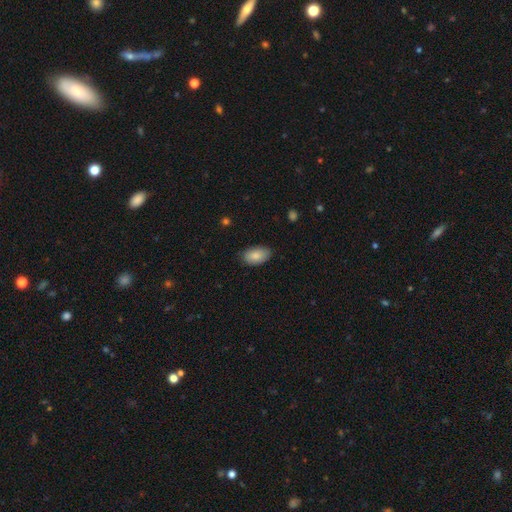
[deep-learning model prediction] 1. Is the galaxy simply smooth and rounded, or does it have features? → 85% smooth, 8% featured or disk, 7% star or artifact.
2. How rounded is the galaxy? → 94% in between, 4% round, 2% cigar-shaped.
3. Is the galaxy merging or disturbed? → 81% none, 15% minor disturbance, 3% major disturbance, 1% merger.